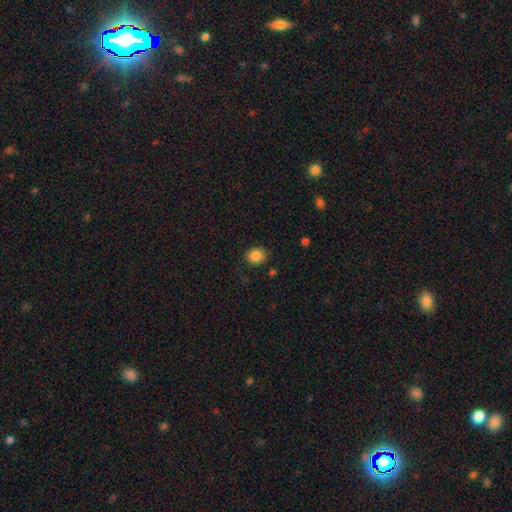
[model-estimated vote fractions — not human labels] Smooth or featured: smooth — 86% (star or artifact — 10%)
How rounded: round — 67% (in between — 32%)
Merging: none — 84% (minor disturbance — 12%)